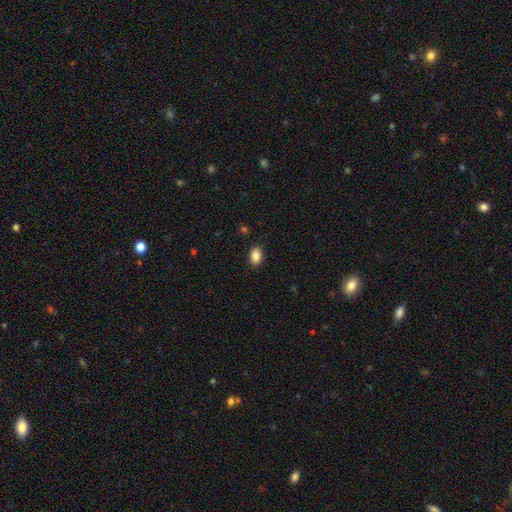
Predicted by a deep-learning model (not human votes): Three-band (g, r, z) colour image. It shows a smooth galaxy with no disk features (87%) that is in between round and cigar-shaped (83%). Merging: none (86%).